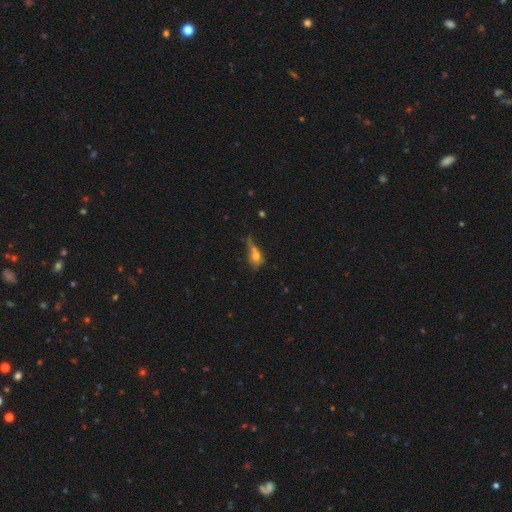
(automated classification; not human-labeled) This appears to be a smooth galaxy with no disk features (62%) that is in between round and cigar-shaped (54%). Merging: merger (29%).